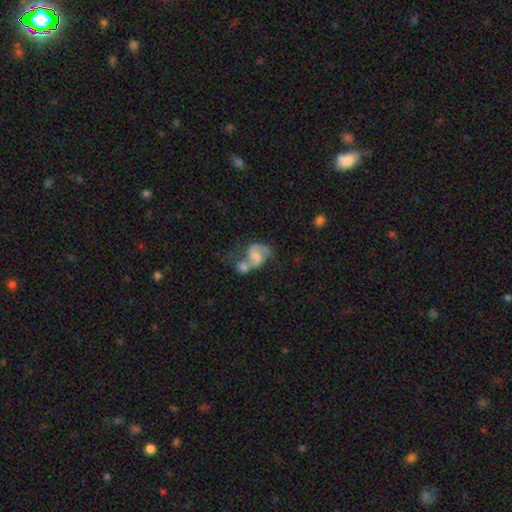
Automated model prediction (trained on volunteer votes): Smooth or featured?
  - featured or disk: 65% *
  - smooth: 27%
  - star or artifact: 8%
Edge-on disk?
  - no: 98% *
  - yes: 2%
Bar?
  - no: 52% *
  - weak: 38%
  - strong: 10%
Spiral arms?
  - yes: 85% *
  - no: 15%
Spiral winding?
  - loose: 44% *
  - medium: 43%
  - tight: 13%
Spiral arm count?
  - 2: 78% *
  - 1: 12%
  - can't tell: 7%
  - 3: 1%
  - 4: 1%
  - more than 4: 1%
Bulge size?
  - small: 35% *
  - moderate: 33%
  - none: 22%
  - large: 8%
  - dominant: 2%
Merging?
  - merger: 58% *
  - none: 19%
  - major disturbance: 13%
  - minor disturbance: 10%